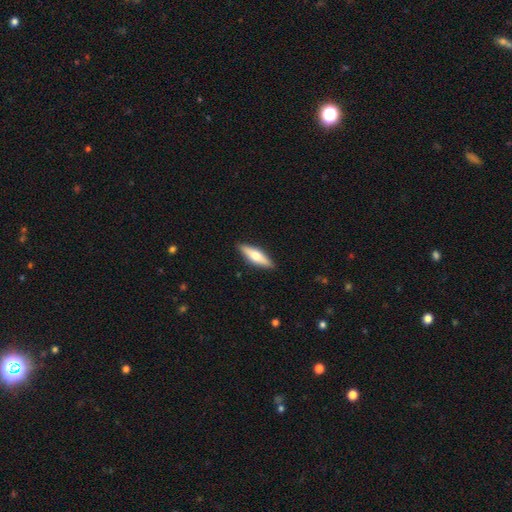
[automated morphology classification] smooth-or-featured: smooth: 50% | featured or disk: 45% | star or artifact: 5%
  merging: none: 89% | minor disturbance: 8% | major disturbance: 2% | merger: 1%